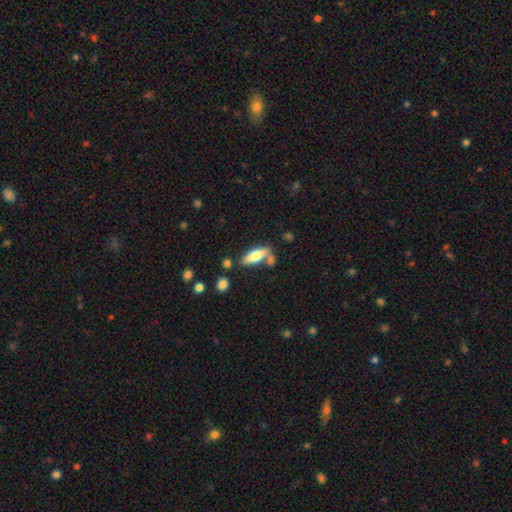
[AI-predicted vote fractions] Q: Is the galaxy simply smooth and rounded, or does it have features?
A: smooth — 62%.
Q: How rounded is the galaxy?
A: in between — 54%.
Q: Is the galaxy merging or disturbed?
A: none — 63%.